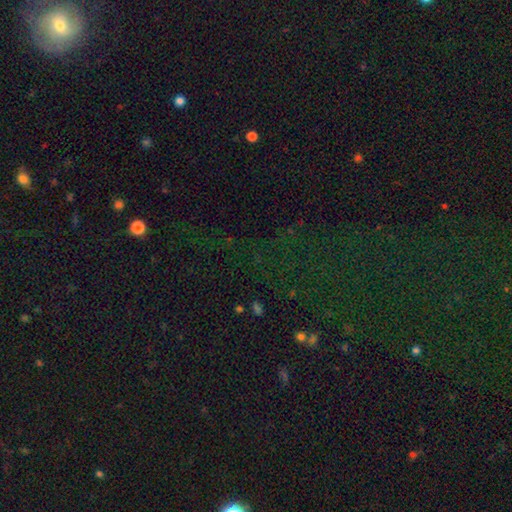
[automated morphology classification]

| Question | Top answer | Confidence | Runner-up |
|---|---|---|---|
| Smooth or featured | star or artifact | 75% | smooth (15%) |